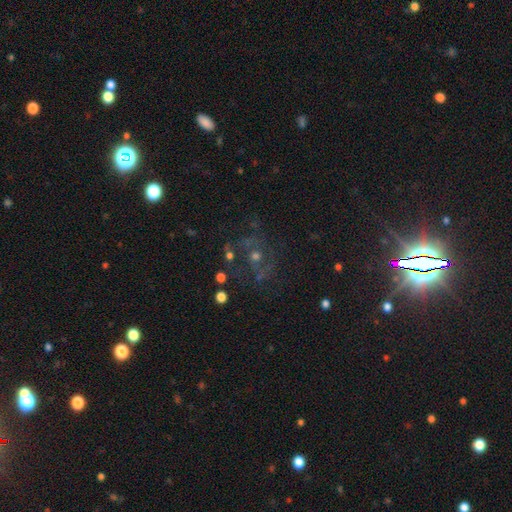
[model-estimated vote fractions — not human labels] Smooth or featured: featured or disk — 49% (star or artifact — 30%)
Merging: none — 64% (minor disturbance — 15%)